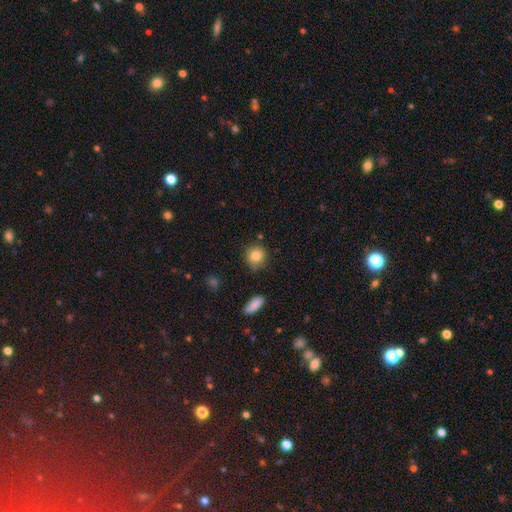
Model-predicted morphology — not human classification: Smooth or featured?
  - smooth: 83% *
  - star or artifact: 9%
  - featured or disk: 7%
How rounded?
  - round: 87% *
  - in between: 12%
  - cigar-shaped: 1%
Merging?
  - none: 80% *
  - minor disturbance: 14%
  - merger: 4%
  - major disturbance: 3%